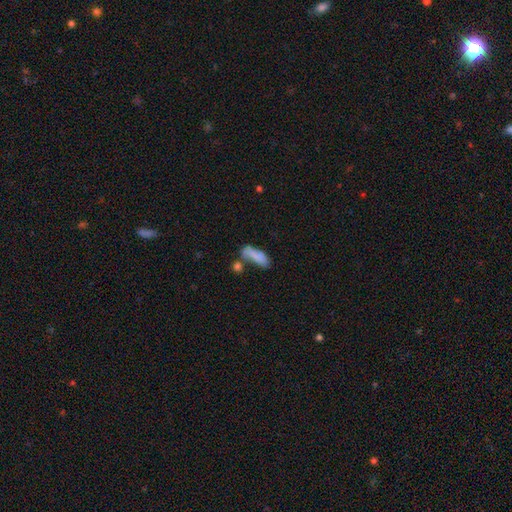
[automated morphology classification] This appears to be a smooth galaxy with no disk features (76%) that is in between round and cigar-shaped (62%). Merging: none (40%).